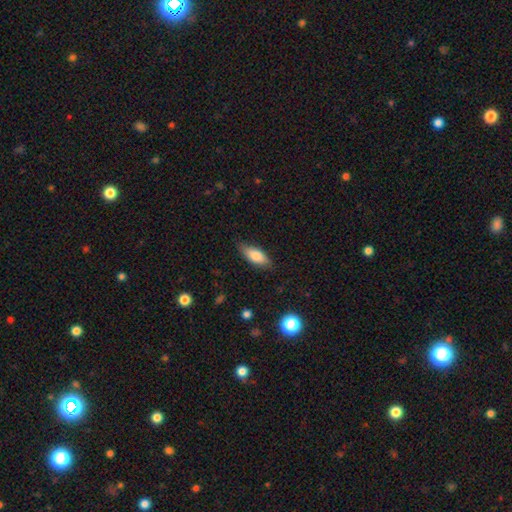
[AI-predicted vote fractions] This is likely a smooth galaxy (78%). How rounded: likely in between (78%). Merging: clearly none (82%).